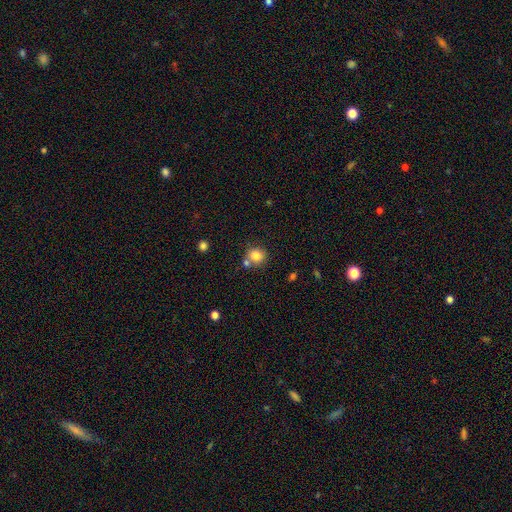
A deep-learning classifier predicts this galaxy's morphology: Smooth or featured? smooth (82%)
How rounded? round (83%)
Merging? none (62%)